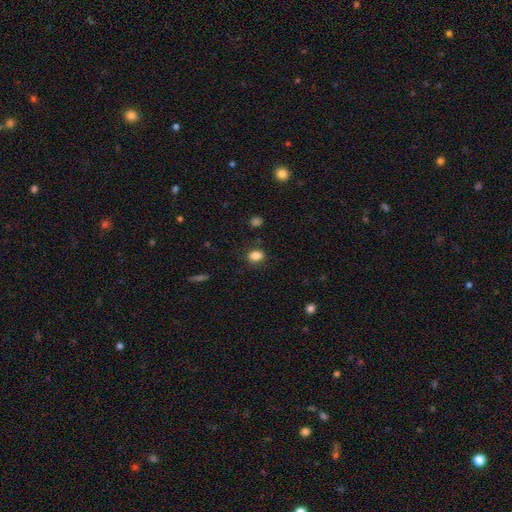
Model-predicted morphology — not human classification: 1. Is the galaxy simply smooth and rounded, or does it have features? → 85% smooth, 10% star or artifact, 5% featured or disk.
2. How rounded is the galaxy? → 63% in between, 35% round, 1% cigar-shaped.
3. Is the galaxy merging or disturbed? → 81% none, 13% minor disturbance, 4% major disturbance, 2% merger.